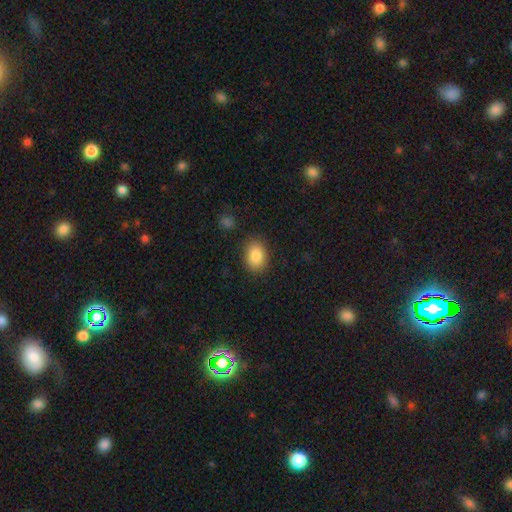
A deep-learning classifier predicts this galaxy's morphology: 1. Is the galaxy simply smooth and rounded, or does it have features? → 86% smooth, 8% star or artifact, 6% featured or disk.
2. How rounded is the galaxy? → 75% in between, 24% round, 1% cigar-shaped.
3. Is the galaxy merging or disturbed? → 84% none, 11% minor disturbance, 3% major disturbance, 2% merger.